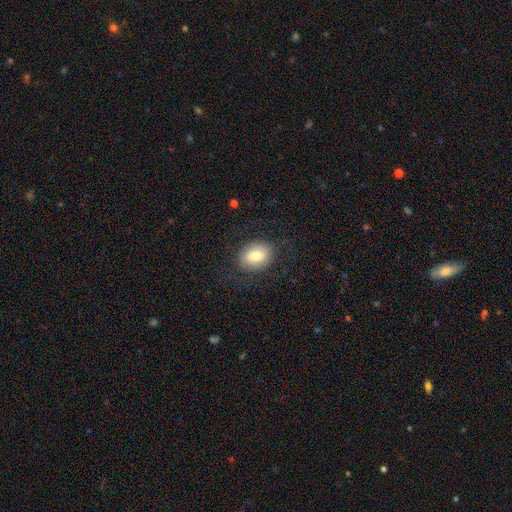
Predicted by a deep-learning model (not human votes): Smooth or featured? smooth (75%)
How rounded? in between (66%)
Merging? none (80%)